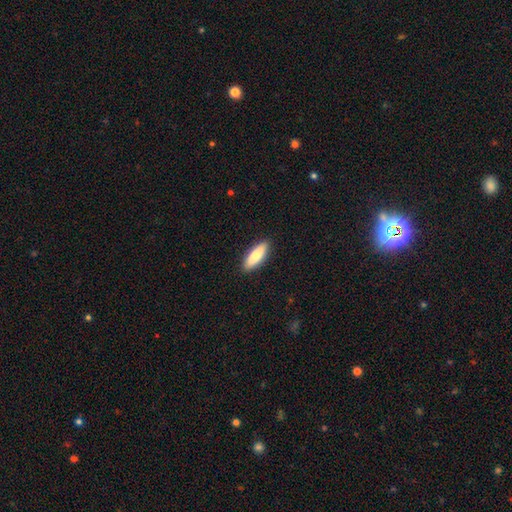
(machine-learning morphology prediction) The model was most divided on "how rounded": in between: 53%, cigar-shaped: 45%, round: 2%. More confident: merging — none (90%); smooth or featured — smooth (79%).